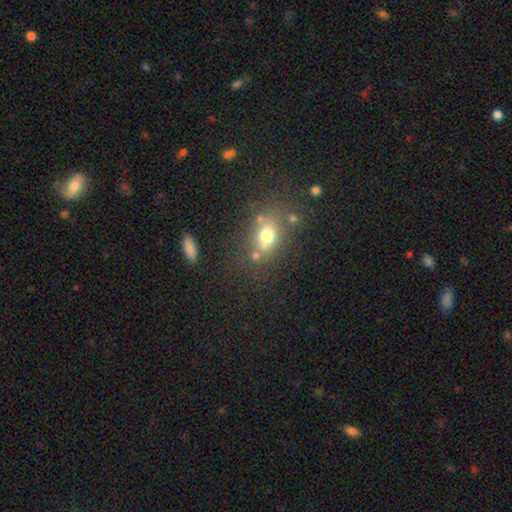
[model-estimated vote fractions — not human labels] Smooth or featured? Predicted: smooth (p=0.68). How rounded? Predicted: in between (p=0.57). Merging? Predicted: none (p=0.58).